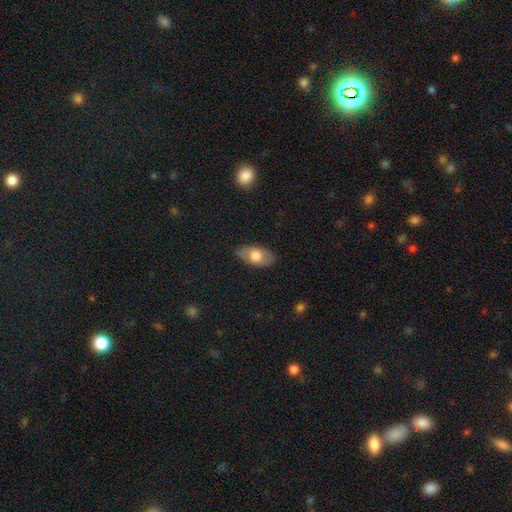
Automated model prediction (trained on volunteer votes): Smooth or featured? smooth (66%)
How rounded? in between (92%)
Merging? none (82%)